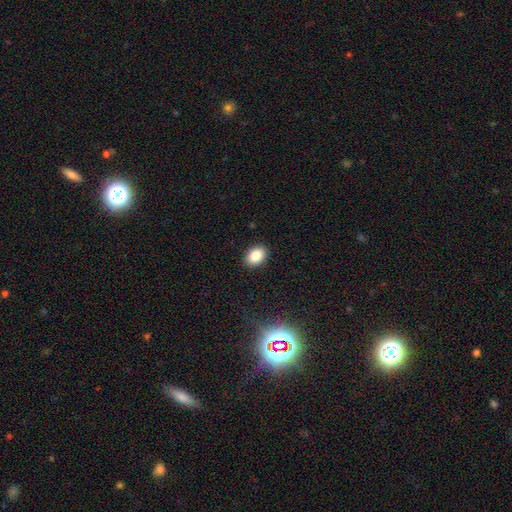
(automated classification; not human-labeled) Smooth or featured: smooth — 86% (star or artifact — 9%)
How rounded: in between — 74% (round — 25%)
Merging: none — 90% (minor disturbance — 7%)